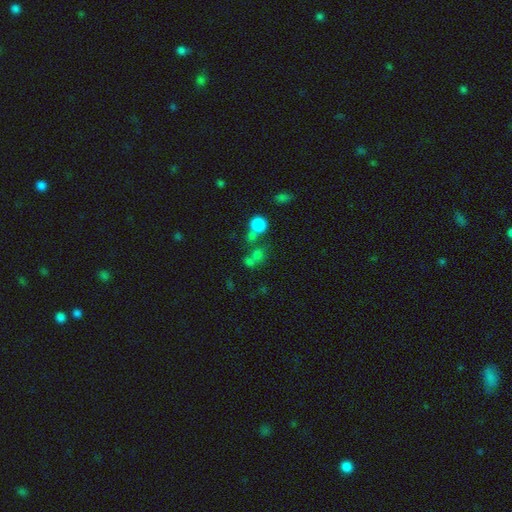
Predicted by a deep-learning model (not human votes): smooth 45%, star or artifact 40%, featured or disk 15%. Down the decision tree: merging — none (53%).